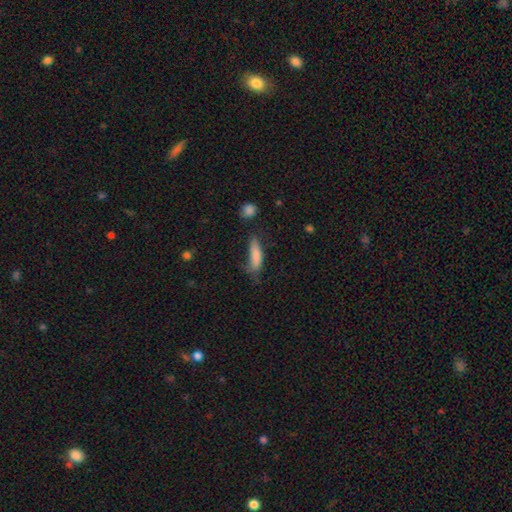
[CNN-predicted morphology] Smooth or featured?
  - smooth: 80% *
  - featured or disk: 12%
  - star or artifact: 7%
How rounded?
  - cigar-shaped: 56% *
  - in between: 42%
  - round: 2%
Merging?
  - none: 44% *
  - minor disturbance: 33%
  - major disturbance: 18%
  - merger: 5%